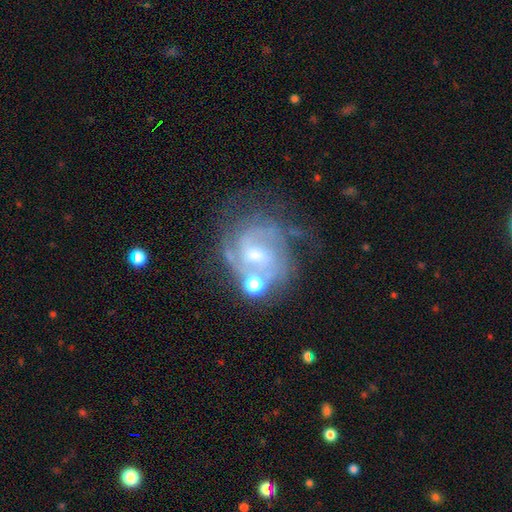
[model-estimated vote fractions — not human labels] Smooth or featured? featured or disk (81%)
Edge-on disk? no (98%)
Bar? weak (52%)
Spiral arms? yes (91%)
Spiral winding? tight (46%)
Spiral arm count? 2 (43%)
Bulge size? small (45%)
Merging? none (52%)